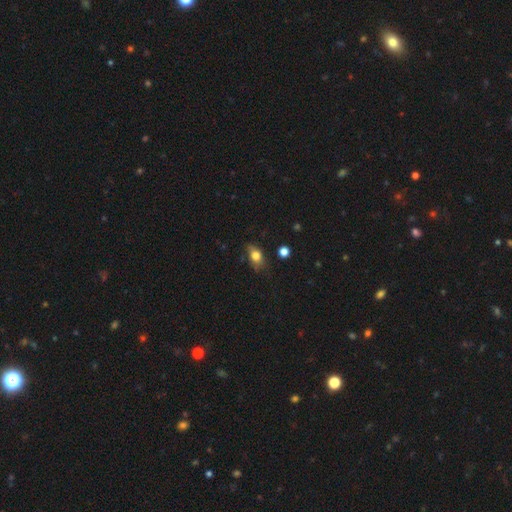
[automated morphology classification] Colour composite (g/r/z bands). It shows a smooth galaxy with no disk features (75%) that is in between round and cigar-shaped (75%). Merging: none (59%).